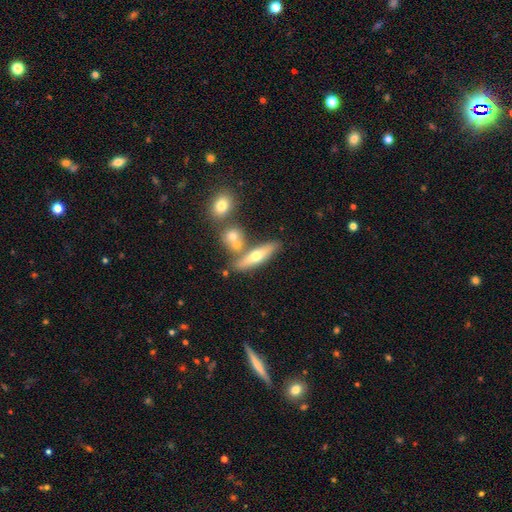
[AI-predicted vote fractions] Morphology: type=smooth (46%, tied with featured or disk); merging=none (63%).